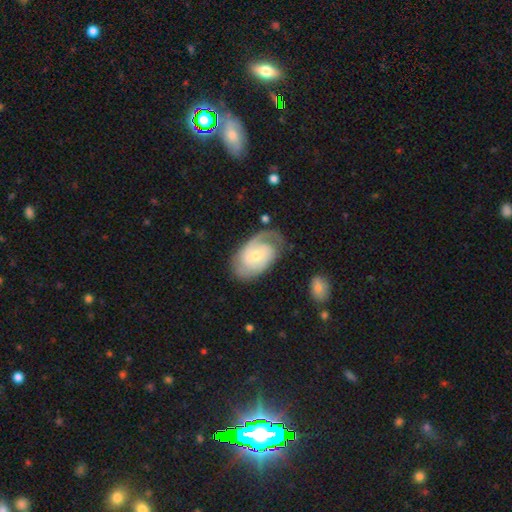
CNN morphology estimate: Smooth or featured? featured or disk (79%)
Edge-on disk? no (96%)
Bar? no (69%)
Spiral arms? yes (93%)
Spiral winding? tight (56%)
Spiral arm count? 2 (44%)
Bulge size? small (48%)
Merging? none (66%)